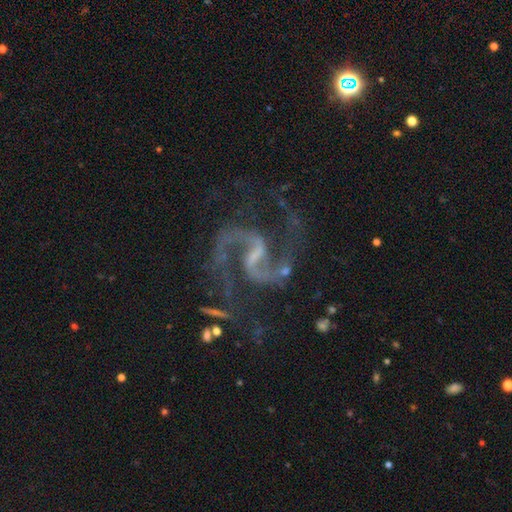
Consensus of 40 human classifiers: This appears to be a featured or disk galaxy (100%) with a weak bar (55%), 2 (92%) medium (70%) spiral arms (100%) and no central bulge (57%). Merging: none (52%).